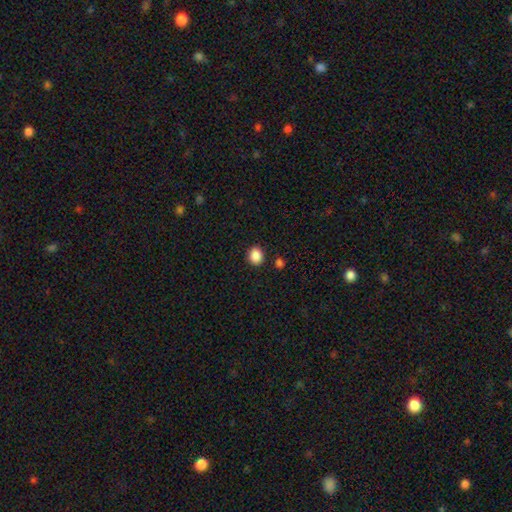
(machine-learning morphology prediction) type=smooth (88%); roundness=round (70%); merging=none (87%).